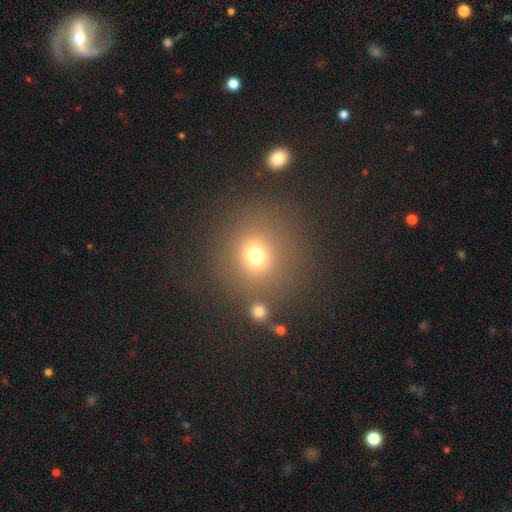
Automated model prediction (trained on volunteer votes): Q: Smooth or featured?
A: smooth (72%); runner-up: star or artifact (19%)
Q: How rounded?
A: round (85%); runner-up: in between (14%)
Q: Merging?
A: none (76%); runner-up: minor disturbance (10%)